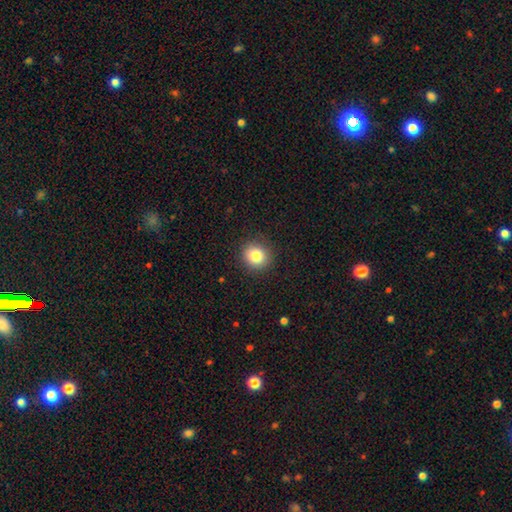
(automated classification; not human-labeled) A smooth galaxy with no disk features (83%) that is round (86%).

Vote fractions:
- Smooth or featured? smooth: 83% / star or artifact: 11% / featured or disk: 7%
- How rounded? round: 86% / in between: 13% / cigar-shaped: 1%
- Merging? none: 90% / minor disturbance: 7% / major disturbance: 2% / merger: 1%